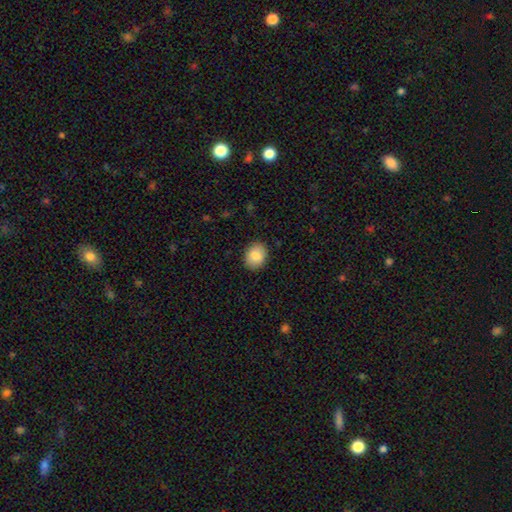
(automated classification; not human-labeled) Smooth or featured?
  - smooth: 86% *
  - star or artifact: 7%
  - featured or disk: 7%
How rounded?
  - in between: 52% *
  - round: 47%
  - cigar-shaped: 1%
Merging?
  - none: 89% *
  - minor disturbance: 8%
  - major disturbance: 2%
  - merger: 1%